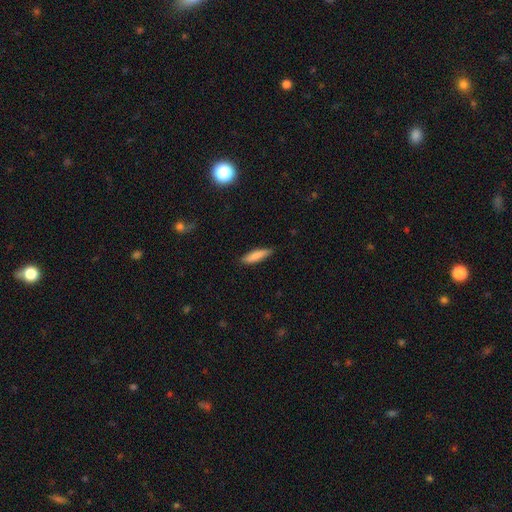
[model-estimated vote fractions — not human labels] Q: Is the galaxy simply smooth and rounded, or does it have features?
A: smooth — 84%.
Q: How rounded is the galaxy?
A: cigar-shaped — 69%.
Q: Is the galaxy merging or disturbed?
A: none — 82%.